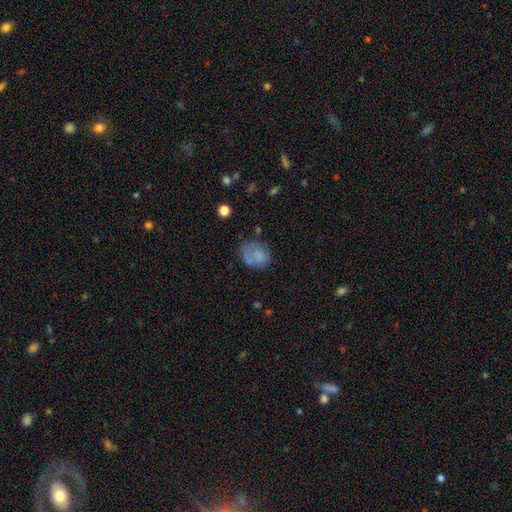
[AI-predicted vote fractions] smooth 69%, featured or disk 21%, star or artifact 10%. Down the decision tree: how rounded — round (54%); merging — none (49%).